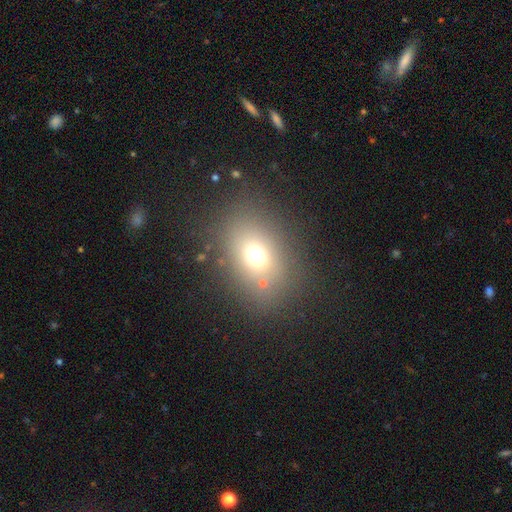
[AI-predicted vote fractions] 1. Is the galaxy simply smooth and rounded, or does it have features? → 68% smooth, 19% star or artifact, 14% featured or disk.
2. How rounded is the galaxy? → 60% in between, 38% round, 1% cigar-shaped.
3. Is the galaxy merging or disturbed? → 77% none, 11% minor disturbance, 7% major disturbance, 4% merger.